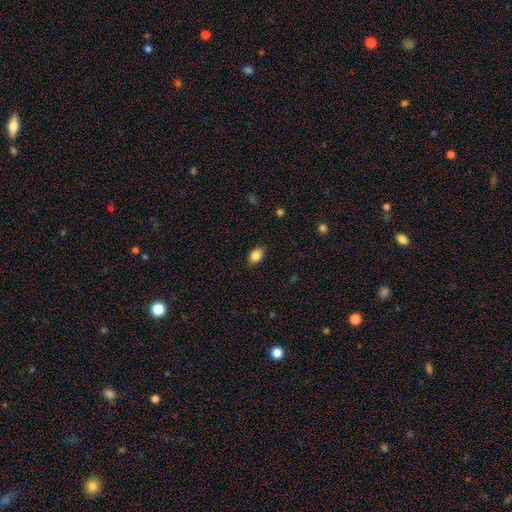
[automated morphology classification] type=smooth (85%); roundness=in between (81%); merging=none (86%).